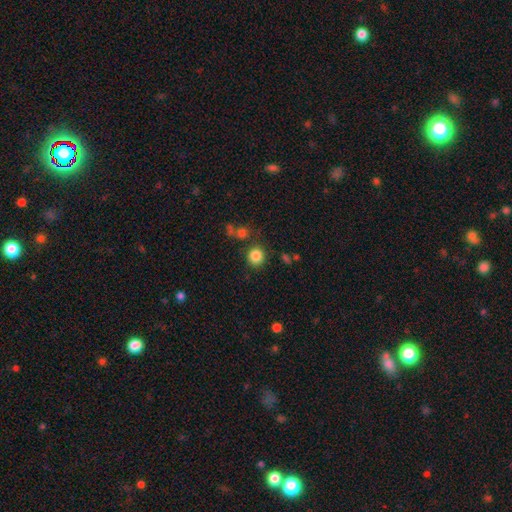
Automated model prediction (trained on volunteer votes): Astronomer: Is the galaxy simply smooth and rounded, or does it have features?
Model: smooth — 84%.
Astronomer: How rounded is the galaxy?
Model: round — 89%.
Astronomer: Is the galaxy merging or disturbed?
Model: none — 84%.